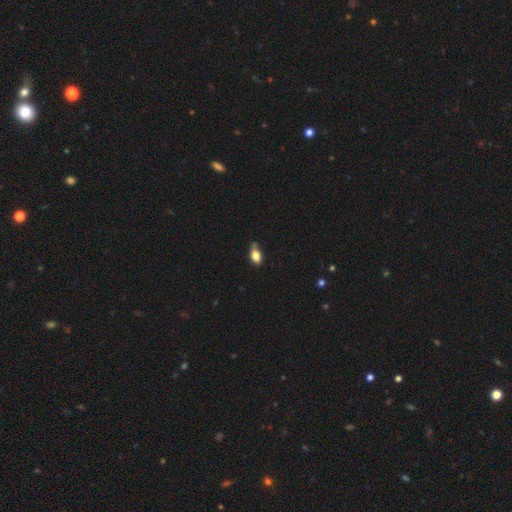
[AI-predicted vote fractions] Overall: smooth (80%). How rounded: in between (85%). Merging: none (49%; minor disturbance 39%).